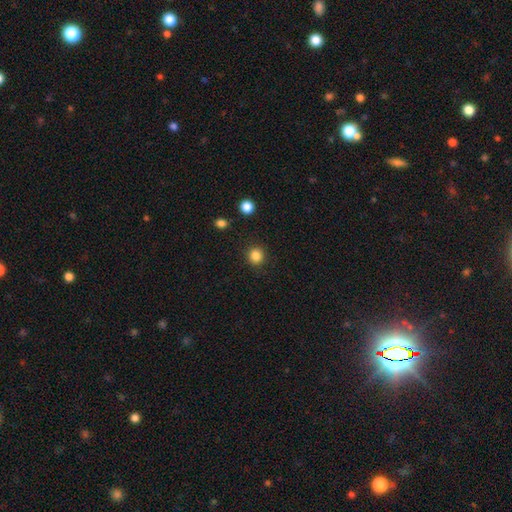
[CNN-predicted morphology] type=smooth (85%); roundness=round (91%); merging=none (90%).